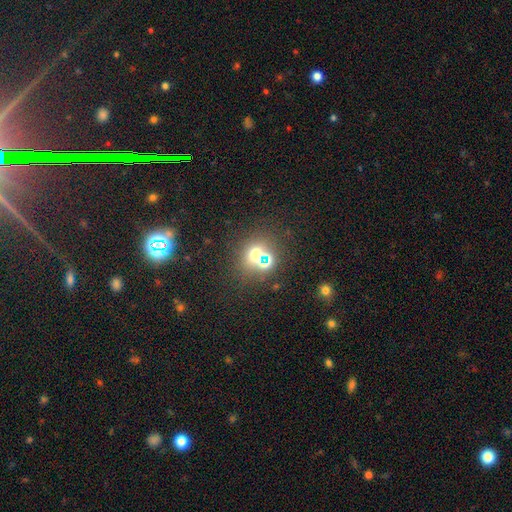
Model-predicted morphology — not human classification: A smooth galaxy with no disk features (51%) that is round (75%). Merging: none (63%).